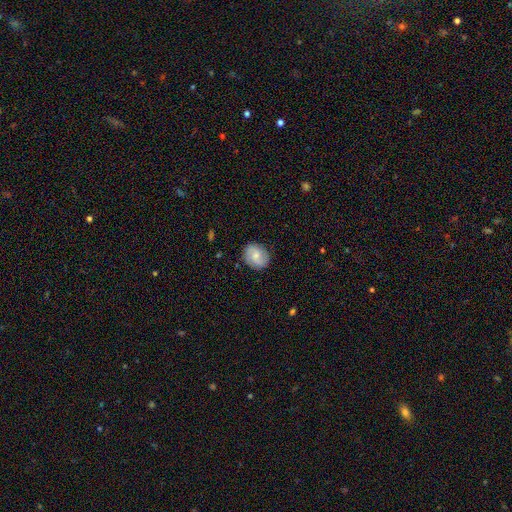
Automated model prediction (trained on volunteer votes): Overall: featured or disk (50%; smooth 43%). Edge-on disk: no (97%). Merging: none (84%).